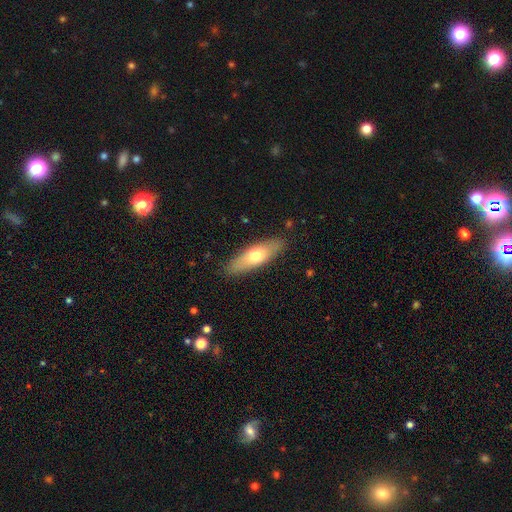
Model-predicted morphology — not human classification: Smooth or featured? Predicted: smooth (p=0.62). How rounded? Predicted: in between (p=0.50). Merging? Predicted: none (p=0.87).